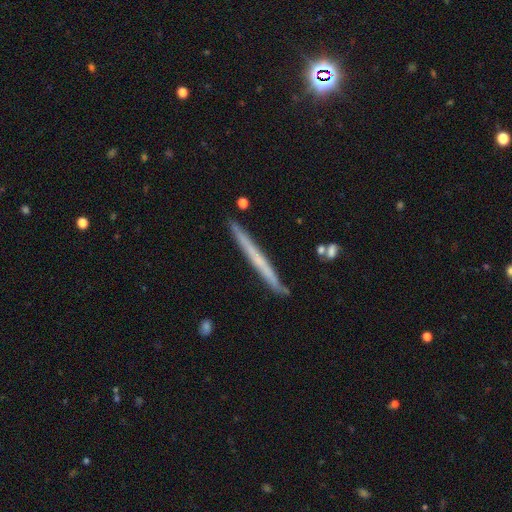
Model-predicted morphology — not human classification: The model was most divided on "smooth or featured": featured or disk: 52%, smooth: 40%, star or artifact: 8%. More confident: edge-on disk — yes (97%); merging — none (89%); edge-on bulge — none (77%).